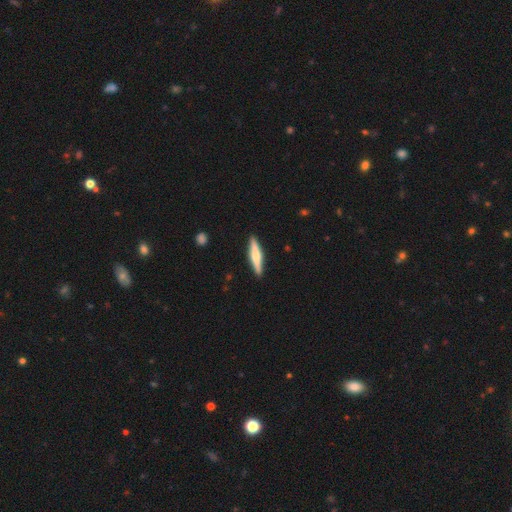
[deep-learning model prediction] Smooth or featured?
  - featured or disk: 54% *
  - smooth: 41%
  - star or artifact: 5%
Edge-on disk?
  - yes: 97% *
  - no: 3%
Edge-on bulge?
  - rounded: 85% *
  - boxy: 8%
  - none: 7%
Merging?
  - none: 91% *
  - minor disturbance: 6%
  - major disturbance: 1%
  - merger: 1%